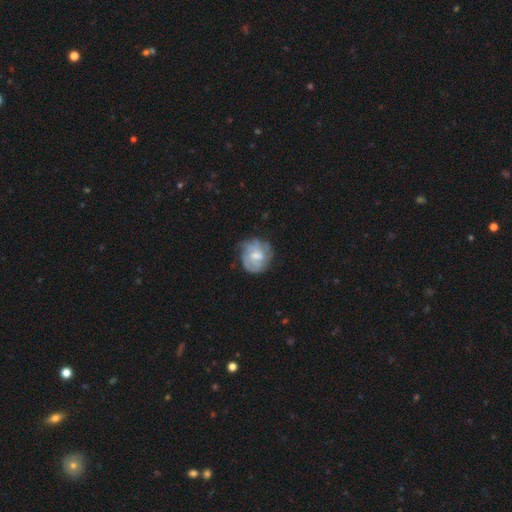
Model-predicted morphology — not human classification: This appears to be a featured or disk galaxy (56%) with no bar (49%), spiral arms (60%) and a moderate central bulge (52%). Merging: none (59%).